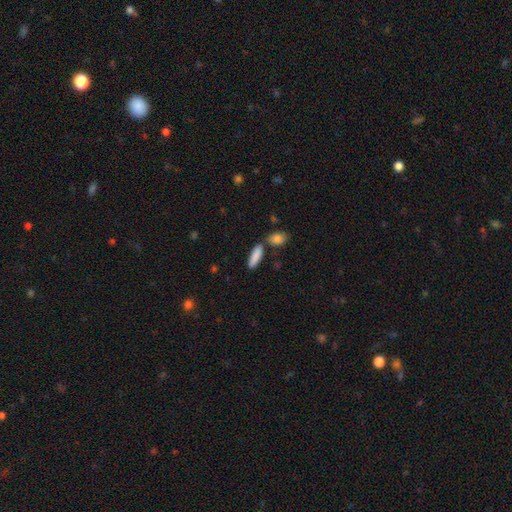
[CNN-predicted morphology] type=smooth (87%); roundness=cigar-shaped (54%); merging=none (76%).